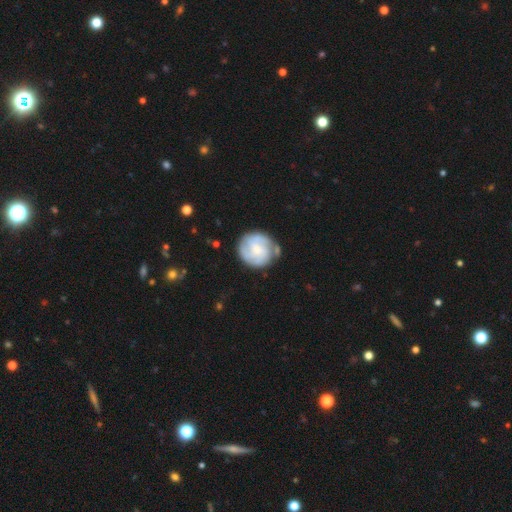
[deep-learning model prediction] A featured or disk galaxy (64%) with no bar (62%), tight (53%) spiral arms (87%) and a small central bulge (52%).

Vote fractions:
- Smooth or featured? featured or disk: 64% / smooth: 31% / star or artifact: 6%
- Edge-on disk? no: 98% / yes: 2%
- Bar? no: 62% / weak: 33% / strong: 5%
- Spiral arms? yes: 87% / no: 13%
- Spiral winding? tight: 53% / medium: 36% / loose: 12%
- Spiral arm count? can't tell: 31% / 2: 28% / 3: 25% / 4: 7% / 1: 5% / more than 4: 4%
- Bulge size? small: 52% / moderate: 35% / none: 7% / large: 4% / dominant: 1%
- Merging? none: 69% / minor disturbance: 19% / major disturbance: 7% / merger: 5%